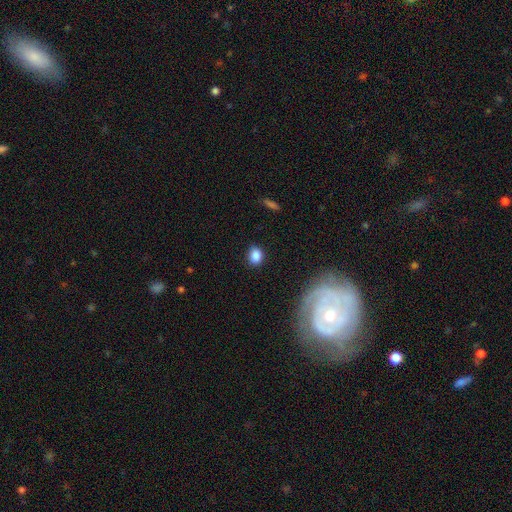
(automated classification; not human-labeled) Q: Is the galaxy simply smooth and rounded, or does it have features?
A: smooth — 85%.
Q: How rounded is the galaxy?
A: round — 49%, tied with in between.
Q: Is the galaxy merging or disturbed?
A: none — 83%.